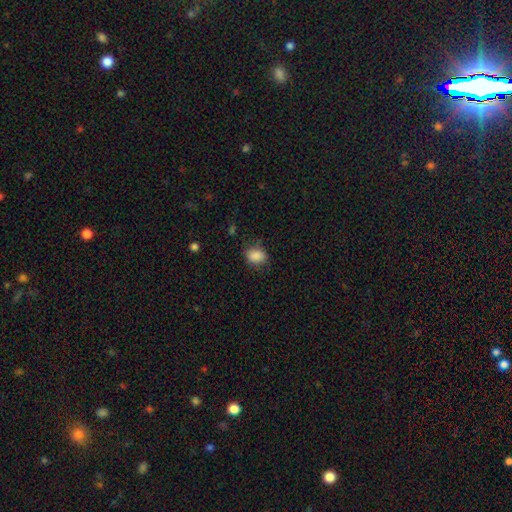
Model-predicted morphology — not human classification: A smooth galaxy with no disk features (87%) that is in between round and cigar-shaped (65%).

Vote fractions:
- Smooth or featured? smooth: 87% / star or artifact: 9% / featured or disk: 5%
- How rounded? in between: 65% / round: 34% / cigar-shaped: 1%
- Merging? none: 73% / minor disturbance: 20% / major disturbance: 5% / merger: 2%